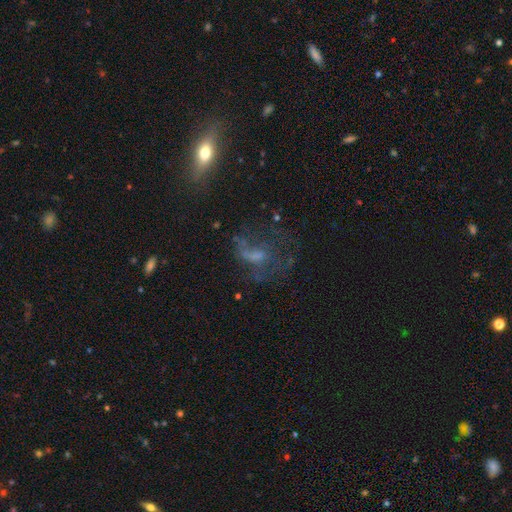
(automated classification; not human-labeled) Q: Smooth or featured?
A: featured or disk (51%); runner-up: smooth (27%)
Q: Edge-on disk?
A: no (94%); runner-up: yes (6%)
Q: Merging?
A: major disturbance (39%); runner-up: none (38%)